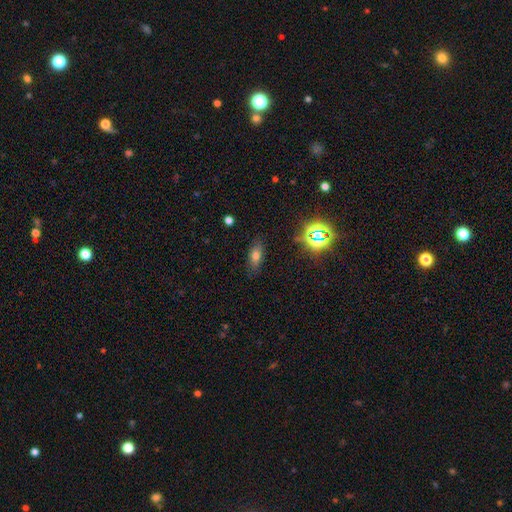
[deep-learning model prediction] Smooth or featured: smooth — 67% (star or artifact — 17%)
How rounded: in between — 79% (cigar-shaped — 14%)
Merging: none — 82% (minor disturbance — 13%)